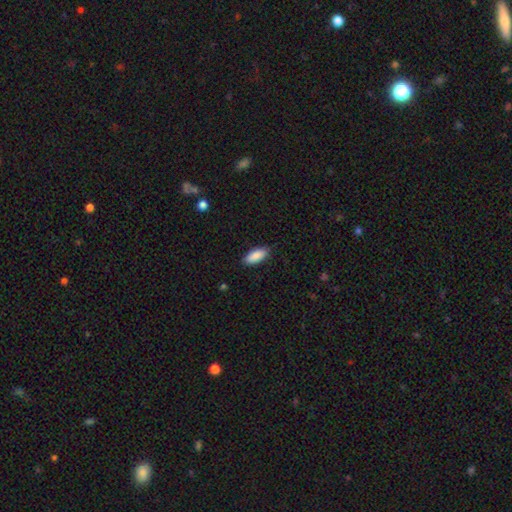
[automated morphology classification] Smooth or featured?
  - smooth: 90% *
  - star or artifact: 6%
  - featured or disk: 4%
How rounded?
  - in between: 83% *
  - cigar-shaped: 16%
  - round: 2%
Merging?
  - none: 86% *
  - minor disturbance: 11%
  - major disturbance: 2%
  - merger: 1%